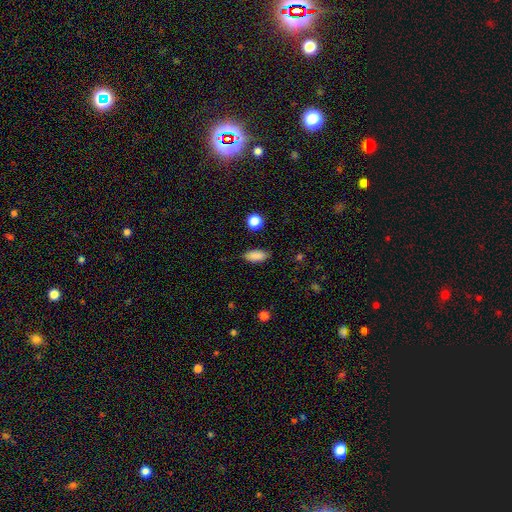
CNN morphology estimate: smooth_or_featured: smooth (p=0.88) [alt: star or artifact p=0.08]
how_rounded: in between (p=0.85) [alt: cigar-shaped p=0.11]
merging: none (p=0.85) [alt: minor disturbance p=0.11]